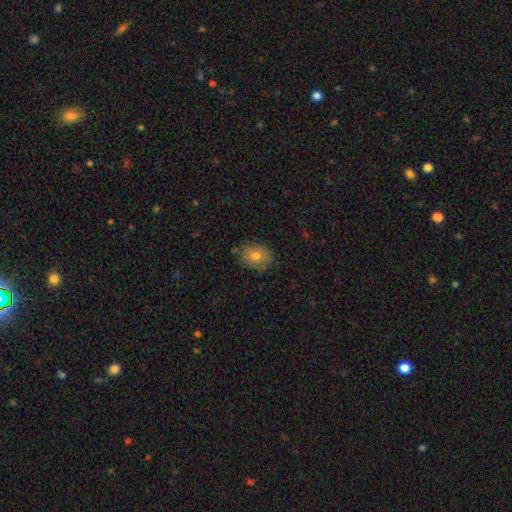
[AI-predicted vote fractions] This is likely a smooth galaxy (75%). How rounded: possibly in between (54%). Merging: likely none (79%).